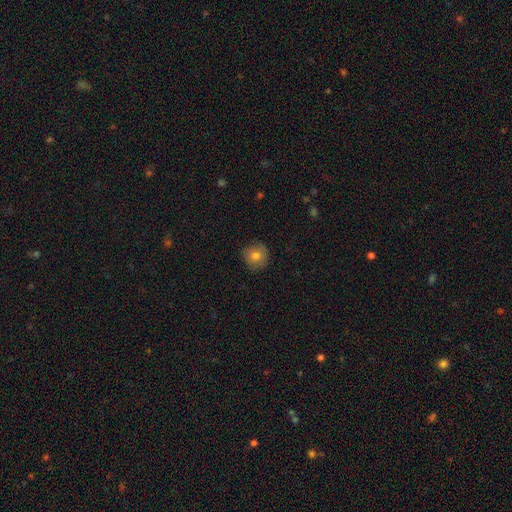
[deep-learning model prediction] The model was most divided on "smooth or featured": smooth: 76%, featured or disk: 15%, star or artifact: 10%. More confident: how rounded — round (92%); merging — none (82%).